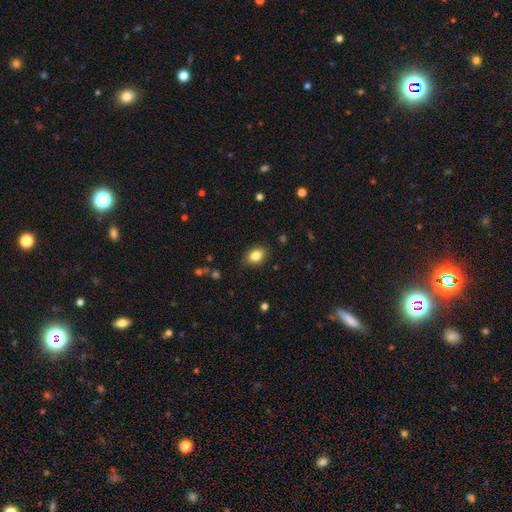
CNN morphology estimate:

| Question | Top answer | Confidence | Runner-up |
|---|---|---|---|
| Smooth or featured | smooth | 83% | star or artifact (9%) |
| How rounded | in between | 76% | round (23%) |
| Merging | none | 83% | minor disturbance (13%) |